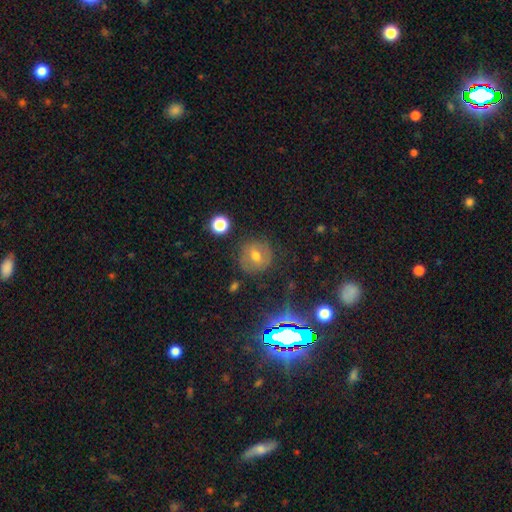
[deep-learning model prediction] The model was most divided on "smooth or featured": smooth: 49%, featured or disk: 29%, star or artifact: 22%. More confident: merging — none (83%).